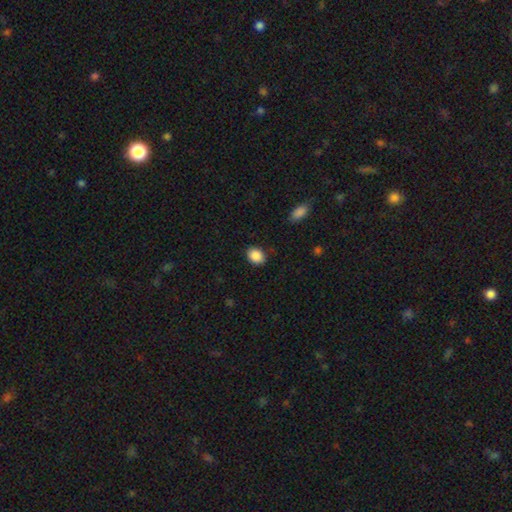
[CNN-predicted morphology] Q: Smooth or featured?
A: smooth (89%); runner-up: star or artifact (8%)
Q: How rounded?
A: in between (66%); runner-up: round (33%)
Q: Merging?
A: none (86%); runner-up: minor disturbance (10%)